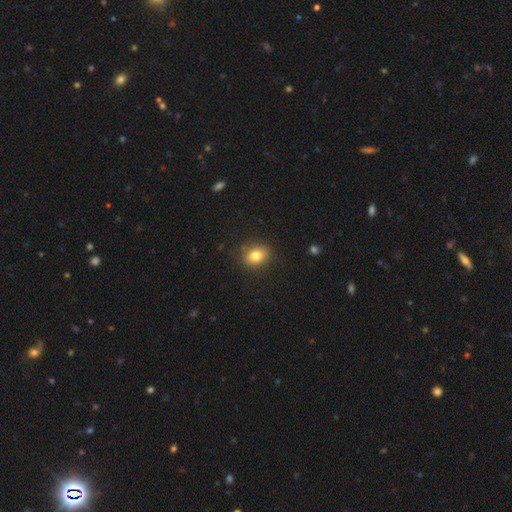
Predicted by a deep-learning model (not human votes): A smooth galaxy with no disk features (80%) that is round (51%).

Vote fractions:
- Smooth or featured? smooth: 80% / star or artifact: 11% / featured or disk: 9%
- How rounded? round: 51% / in between: 48% / cigar-shaped: 1%
- Merging? none: 87% / minor disturbance: 10% / major disturbance: 3% / merger: 1%